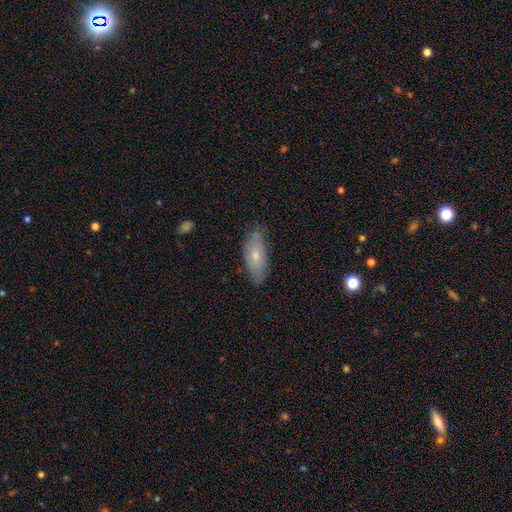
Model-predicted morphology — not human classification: A smooth galaxy with no disk features (62%) that is in between round and cigar-shaped (78%).

Vote fractions:
- Smooth or featured? smooth: 62% / featured or disk: 31% / star or artifact: 7%
- How rounded? in between: 78% / cigar-shaped: 19% / round: 3%
- Merging? none: 73% / minor disturbance: 22% / major disturbance: 4% / merger: 2%